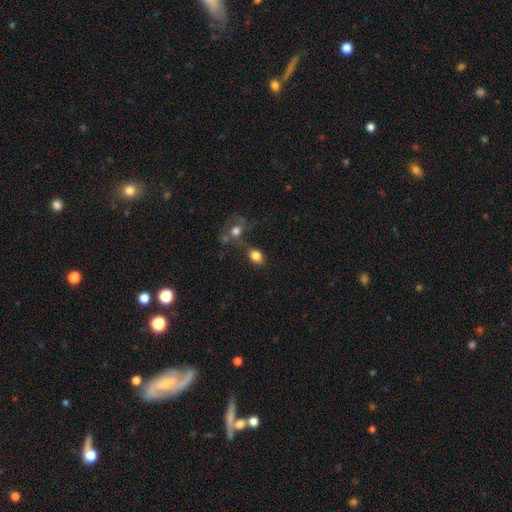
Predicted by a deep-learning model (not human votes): This appears to be a smooth galaxy with no disk features (81%) that is in between round and cigar-shaped (59%). Merging: none (50%).